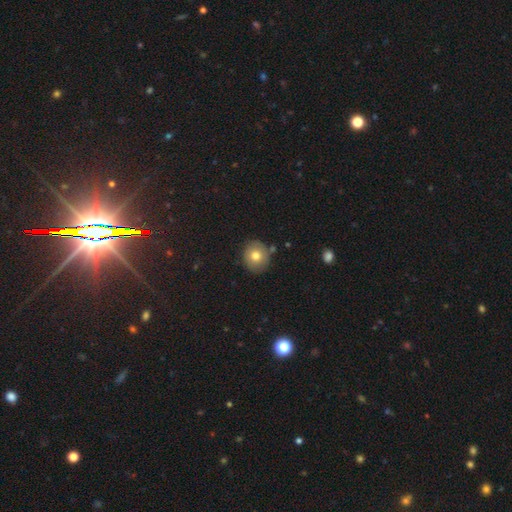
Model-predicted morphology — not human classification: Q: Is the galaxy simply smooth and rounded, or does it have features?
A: smooth — 76%.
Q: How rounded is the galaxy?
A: round — 80%.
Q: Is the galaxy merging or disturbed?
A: none — 82%.